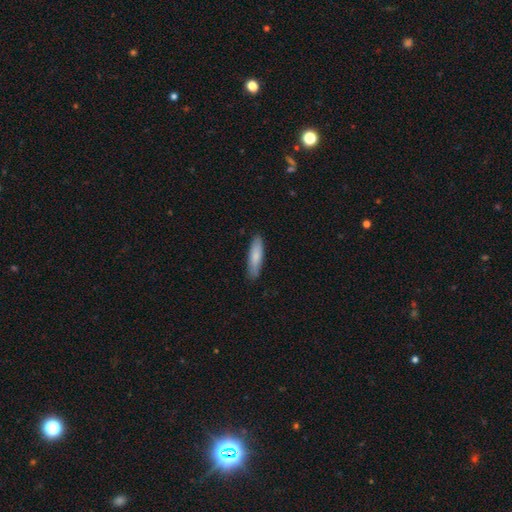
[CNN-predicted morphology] Smooth or featured: smooth — 80% (featured or disk — 15%)
How rounded: cigar-shaped — 69% (in between — 29%)
Merging: none — 87% (minor disturbance — 10%)